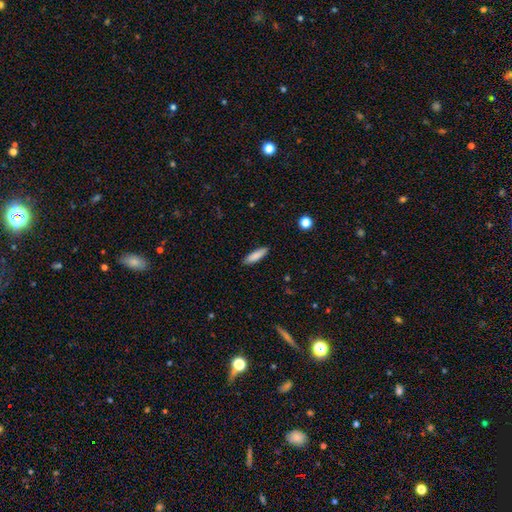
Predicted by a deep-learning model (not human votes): This appears to be a smooth galaxy with no disk features (86%) that is cigar-shaped (67%). Merging: none (89%).